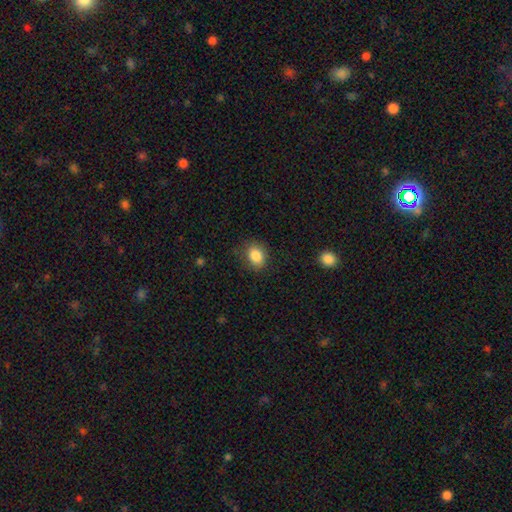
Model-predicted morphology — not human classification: smooth 86%, star or artifact 9%, featured or disk 5%. Down the decision tree: how rounded — in between (56%); merging — none (82%).